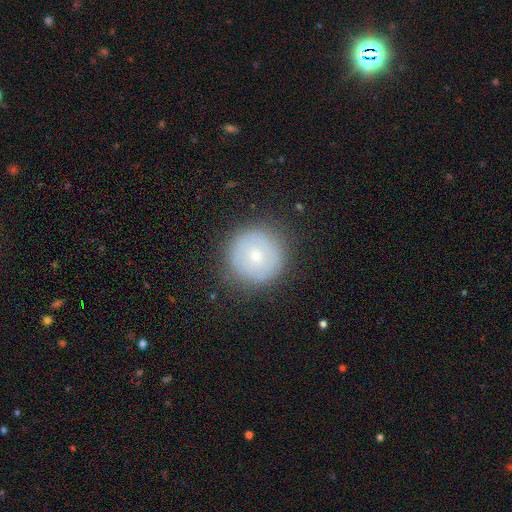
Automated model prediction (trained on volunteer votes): smooth 59%, featured or disk 33%, star or artifact 8%. Down the decision tree: how rounded — round (96%); merging — none (85%).